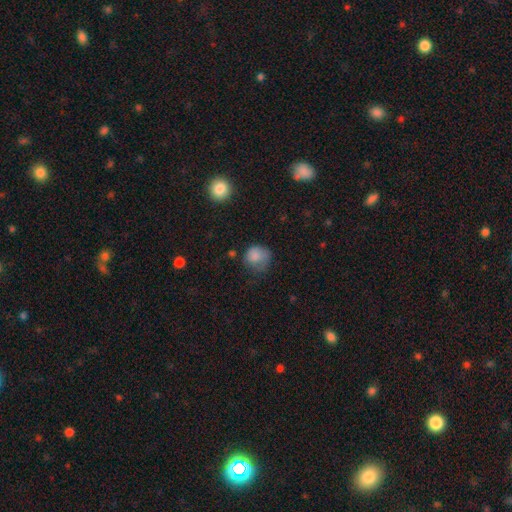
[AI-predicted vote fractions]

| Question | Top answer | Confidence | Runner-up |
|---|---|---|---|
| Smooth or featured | smooth | 81% | star or artifact (10%) |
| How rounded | round | 74% | in between (25%) |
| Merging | none | 45% | minor disturbance (33%) |